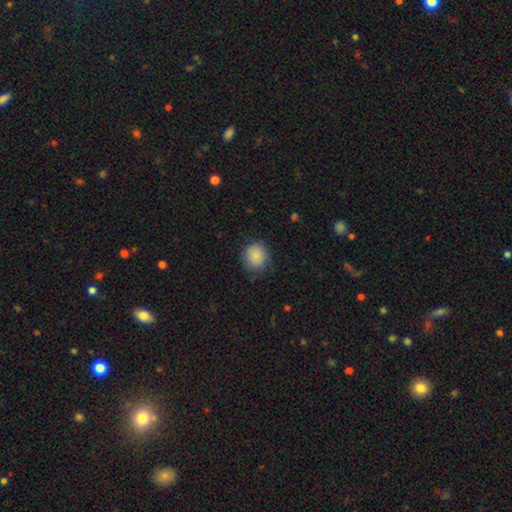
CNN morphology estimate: smooth-or-featured: smooth: 86% | star or artifact: 8% | featured or disk: 6%
  how-rounded: round: 86% | in between: 13% | cigar-shaped: 1%
  merging: none: 79% | minor disturbance: 16% | major disturbance: 4% | merger: 1%